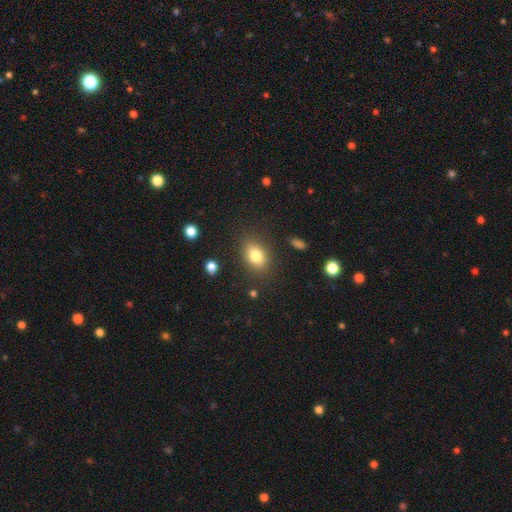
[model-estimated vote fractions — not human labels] Smooth or featured: smooth — 80% (star or artifact — 10%)
How rounded: in between — 74% (round — 25%)
Merging: none — 83% (minor disturbance — 11%)